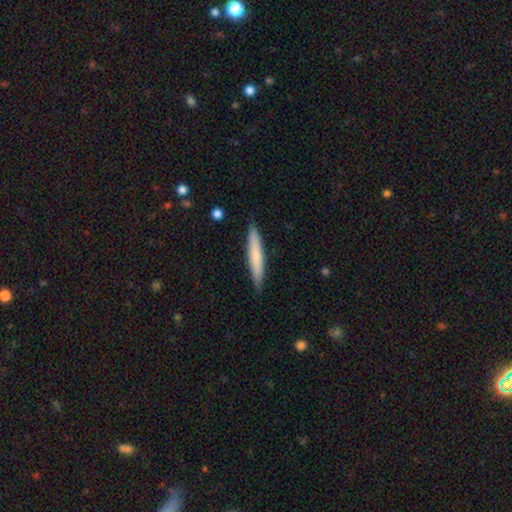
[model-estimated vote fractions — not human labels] This appears to be a smooth galaxy with no disk features (71%) that is cigar-shaped (94%). Merging: none (89%).